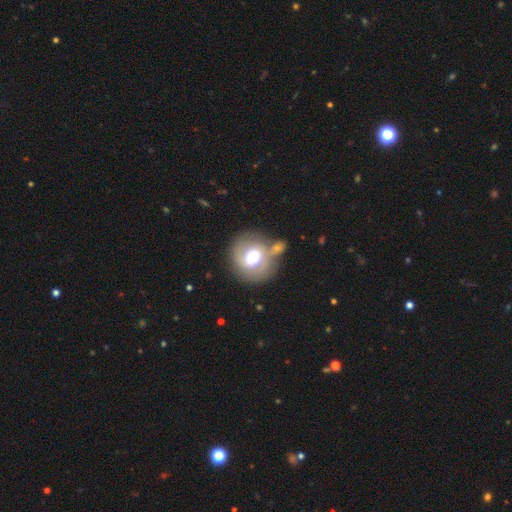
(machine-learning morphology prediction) A smooth galaxy with no disk features (52%) that is round (86%).

Vote fractions:
- Smooth or featured? smooth: 52% / featured or disk: 39% / star or artifact: 10%
- How rounded? round: 86% / in between: 13% / cigar-shaped: 1%
- Merging? none: 54% / merger: 20% / minor disturbance: 17% / major disturbance: 9%